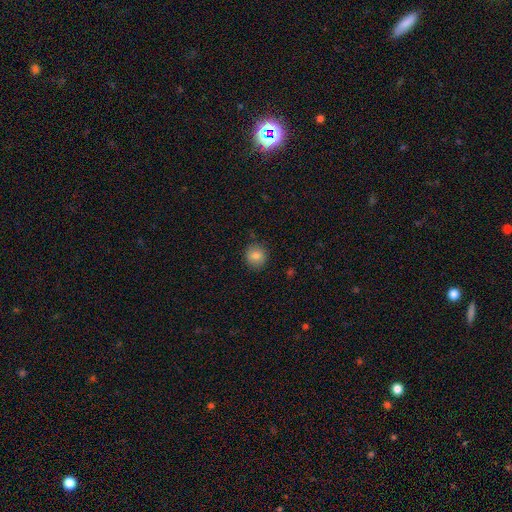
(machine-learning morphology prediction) Overall: smooth (83%). How rounded: round (86%). Merging: none (86%).